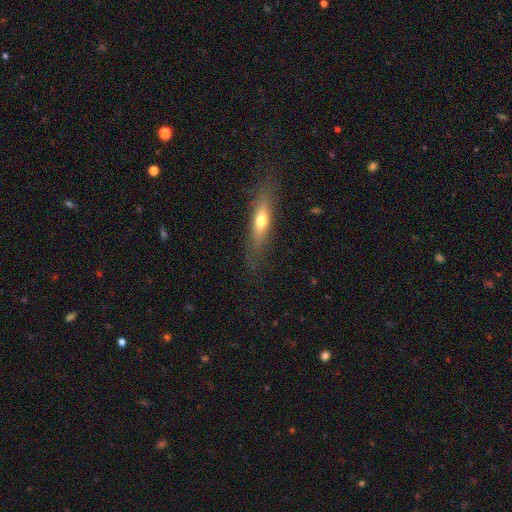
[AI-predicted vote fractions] Smooth or featured: featured or disk — 48% (smooth — 42%)
Merging: none — 81% (minor disturbance — 14%)